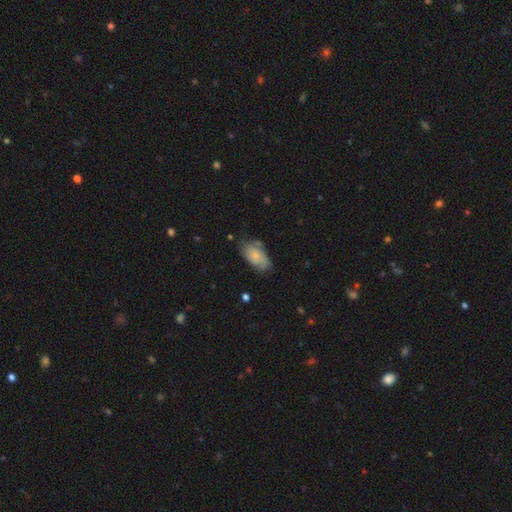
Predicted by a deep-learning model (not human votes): This is possibly a smooth galaxy (58%). How rounded: clearly in between (92%). Merging: possibly none (57%).